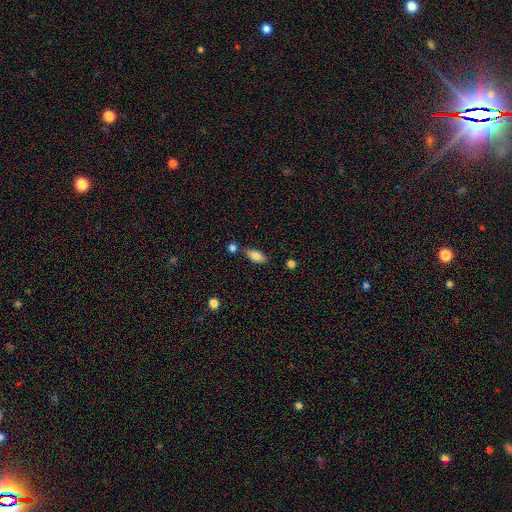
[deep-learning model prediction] smooth 80%, featured or disk 12%, star or artifact 7%. Down the decision tree: how rounded — in between (82%); merging — none (70%).